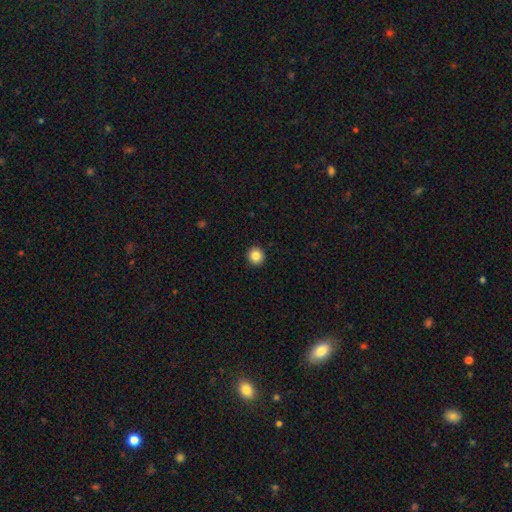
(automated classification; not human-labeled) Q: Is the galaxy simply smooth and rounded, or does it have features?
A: smooth — 85%.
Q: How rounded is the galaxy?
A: round — 92%.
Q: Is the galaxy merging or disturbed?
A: none — 93%.